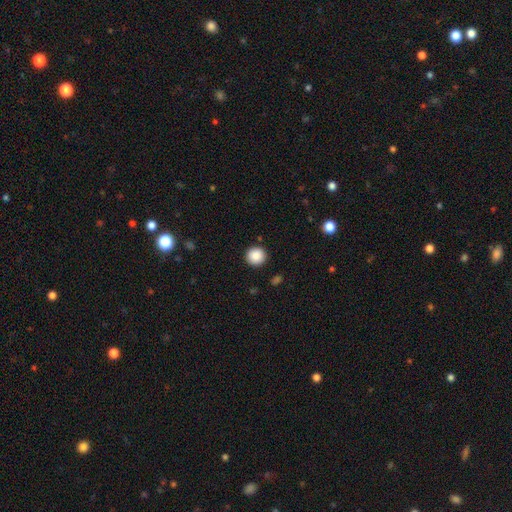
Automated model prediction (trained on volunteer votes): This is clearly a smooth galaxy (88%). How rounded: clearly round (95%). Merging: clearly none (92%).